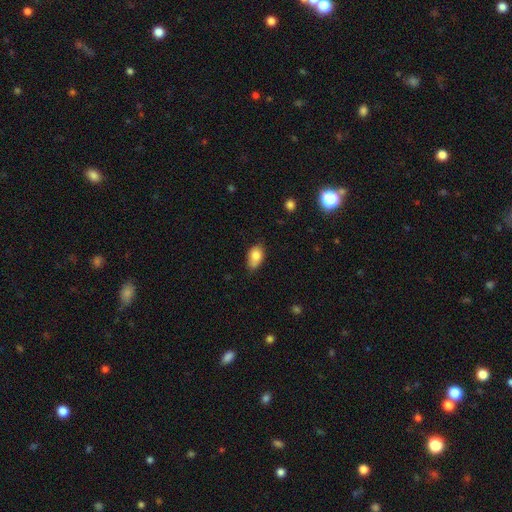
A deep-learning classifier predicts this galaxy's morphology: A smooth galaxy with no disk features (80%) that is in between round and cigar-shaped (87%). Merging: none (61%).